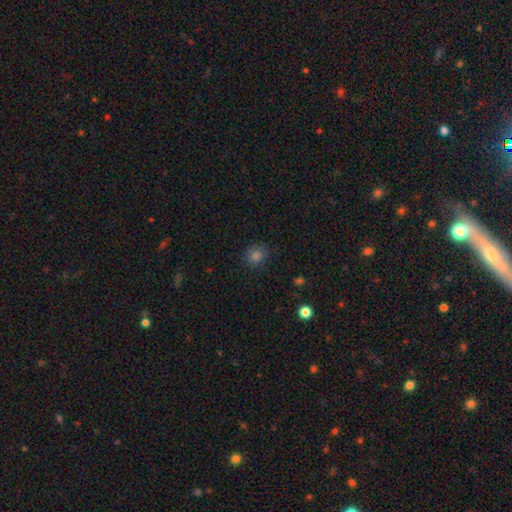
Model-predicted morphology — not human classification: Overall: smooth (78%). How rounded: round (77%). Merging: none (87%).